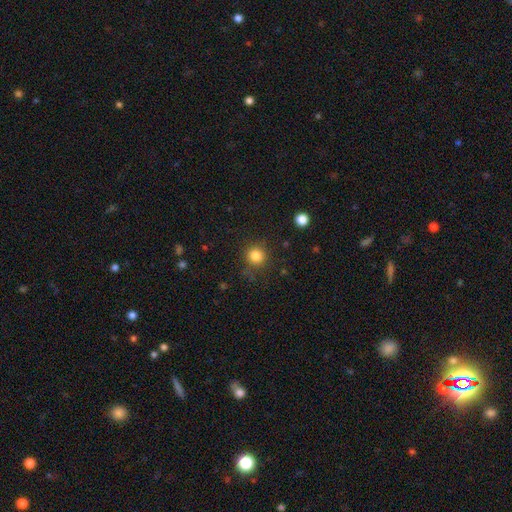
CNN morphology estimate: Smooth or featured: smooth — 83% (star or artifact — 12%)
How rounded: round — 93% (in between — 6%)
Merging: none — 86% (minor disturbance — 9%)